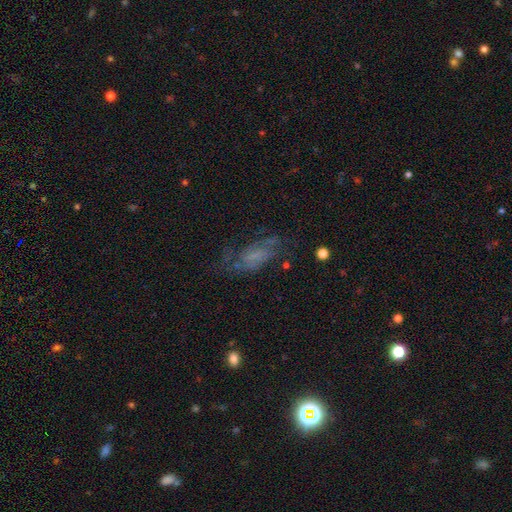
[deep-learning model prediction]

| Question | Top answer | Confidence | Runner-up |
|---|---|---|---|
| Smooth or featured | featured or disk | 60% | smooth (25%) |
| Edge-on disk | no | 94% | yes (6%) |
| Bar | no | 51% | weak (37%) |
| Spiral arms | yes | 78% | no (22%) |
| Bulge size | none | 56% | small (25%) |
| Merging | none | 54% | major disturbance (22%) |